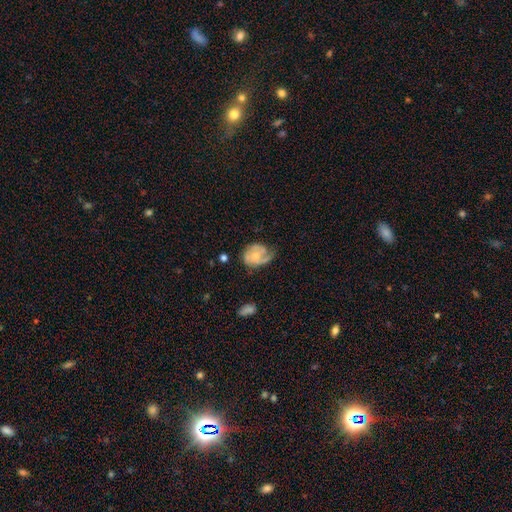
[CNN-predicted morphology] This is likely a featured or disk galaxy (63%). It is clearly not viewed edge-on (97%). Bar: likely no (71%). Spiral arm pattern: clearly yes (83%). Spiral arm count: marginally 2 (40%). Spiral winding: marginally tight (44%). Central bulge: possibly small (49%). Merging: possibly none (45%).